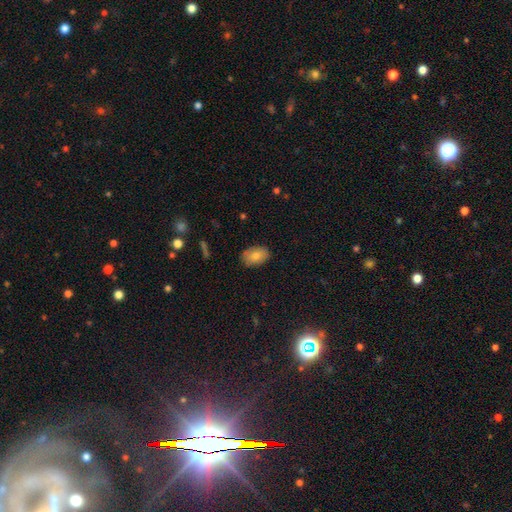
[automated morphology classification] This is clearly a smooth galaxy (82%). How rounded: clearly in between (89%). Merging: clearly none (83%).